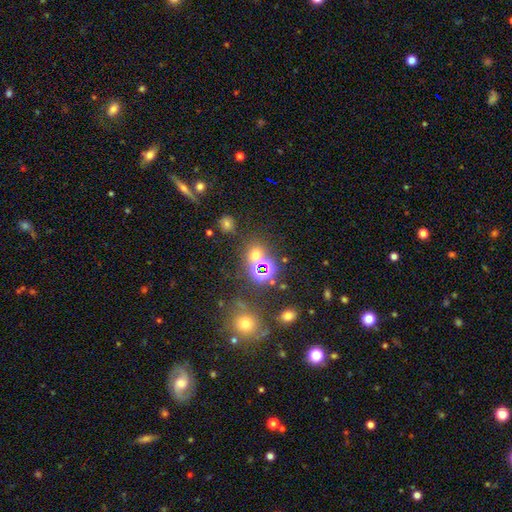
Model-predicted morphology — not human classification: smooth_or_featured: smooth (p=0.48) [alt: star or artifact p=0.44]
merging: none (p=0.67) [alt: merger p=0.19]